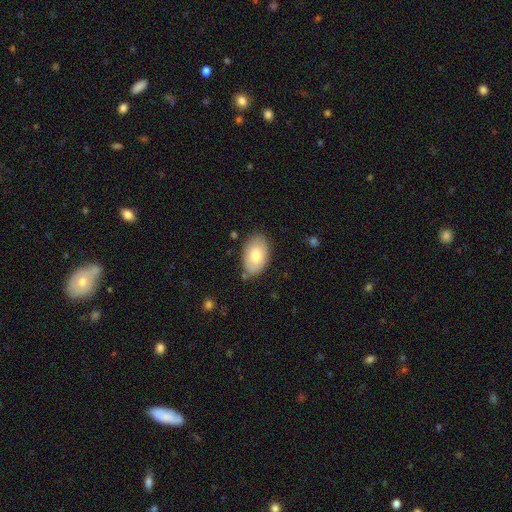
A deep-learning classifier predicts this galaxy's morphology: Smooth or featured? Predicted: smooth (p=0.77). How rounded? Predicted: in between (p=0.92). Merging? Predicted: none (p=0.78).